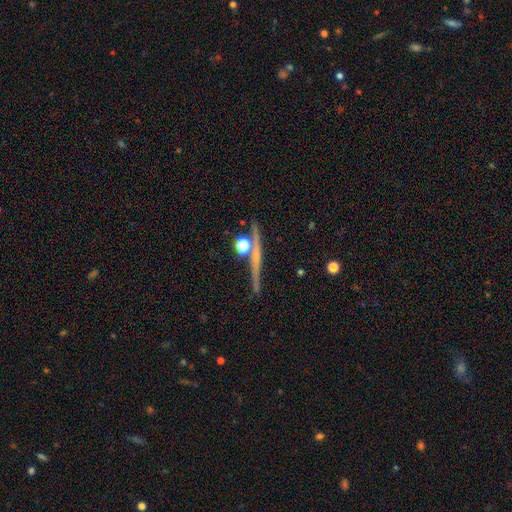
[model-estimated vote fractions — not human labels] smooth-or-featured: featured or disk: 61% | smooth: 27% | star or artifact: 12%
  disk-edge-on: yes: 95% | no: 5%
    edge-on-bulge: none: 64% | rounded: 28% | boxy: 8%
  merging: none: 80% | minor disturbance: 9% | merger: 8% | major disturbance: 3%